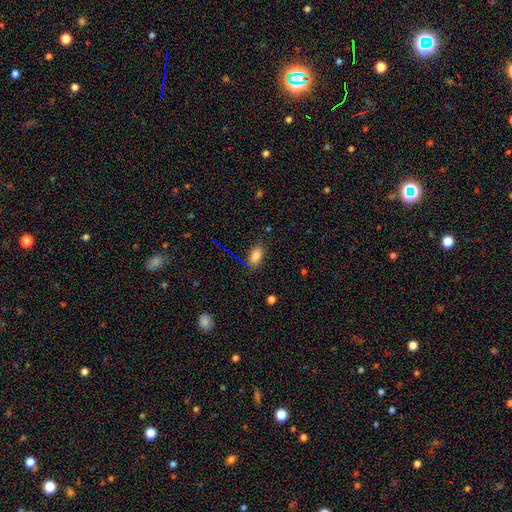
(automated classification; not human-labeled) A smooth galaxy with no disk features (81%) that is in between round and cigar-shaped (89%).

Vote fractions:
- Smooth or featured? smooth: 81% / star or artifact: 10% / featured or disk: 8%
- How rounded? in between: 89% / round: 6% / cigar-shaped: 5%
- Merging? none: 78% / minor disturbance: 15% / major disturbance: 4% / merger: 2%